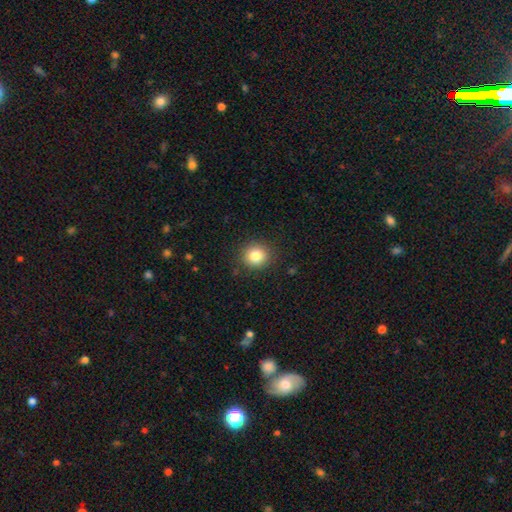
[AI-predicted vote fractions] Smooth or featured: smooth — 83% (star or artifact — 11%)
How rounded: round — 87% (in between — 12%)
Merging: none — 88% (minor disturbance — 8%)